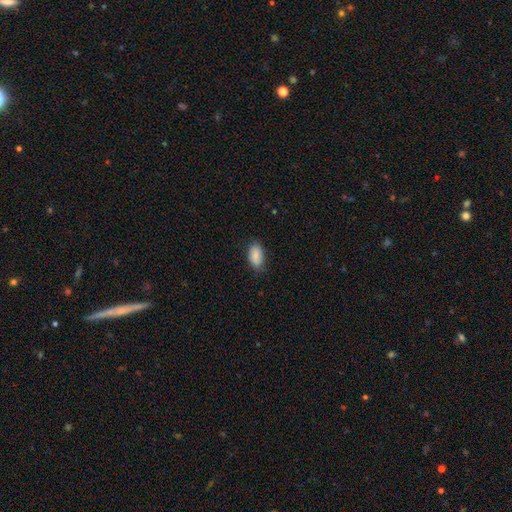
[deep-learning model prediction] Smooth or featured? Predicted: smooth (p=0.84). How rounded? Predicted: in between (p=0.92). Merging? Predicted: none (p=0.78).